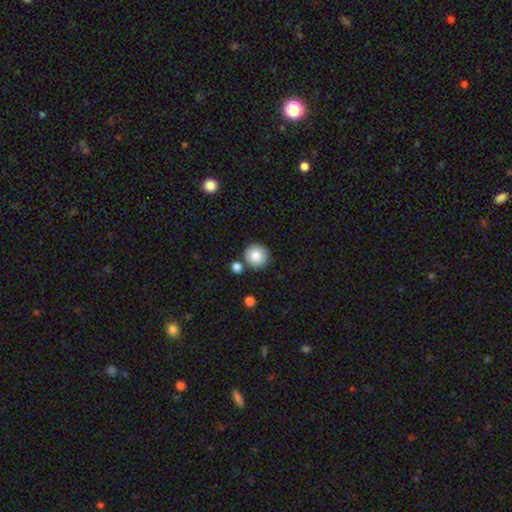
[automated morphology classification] smooth-or-featured: smooth: 81% | featured or disk: 10% | star or artifact: 9%
  how-rounded: round: 92% | in between: 7% | cigar-shaped: 1%
  merging: none: 81% | merger: 9% | minor disturbance: 8% | major disturbance: 2%